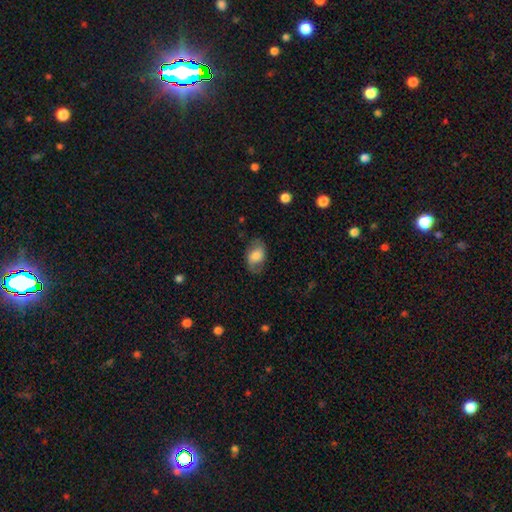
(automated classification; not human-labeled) smooth_or_featured: smooth (p=0.66) [alt: featured or disk p=0.27]
how_rounded: in between (p=0.84) [alt: round p=0.14]
merging: none (p=0.68) [alt: minor disturbance p=0.21]